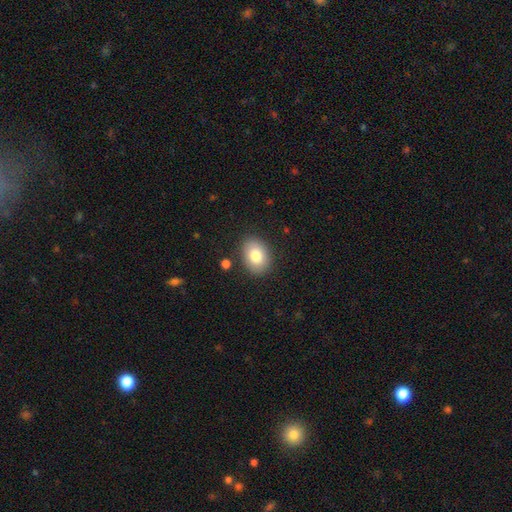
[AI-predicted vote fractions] smooth-or-featured: smooth: 82% | featured or disk: 11% | star or artifact: 7%
  how-rounded: in between: 72% | round: 27% | cigar-shaped: 1%
  merging: none: 86% | minor disturbance: 10% | major disturbance: 3% | merger: 2%